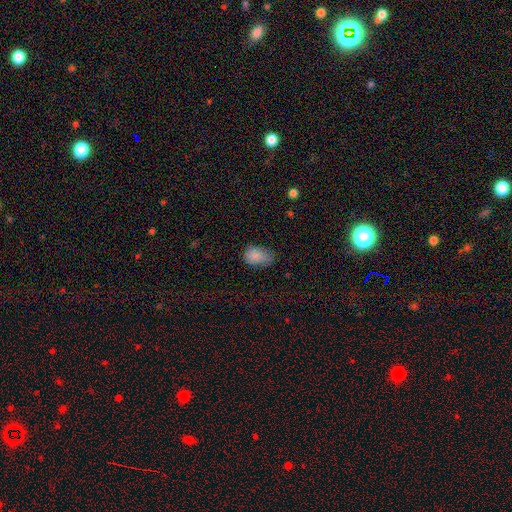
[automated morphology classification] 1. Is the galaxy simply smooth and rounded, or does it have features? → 84% smooth, 10% star or artifact, 7% featured or disk.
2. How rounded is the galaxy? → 84% in between, 15% round, 1% cigar-shaped.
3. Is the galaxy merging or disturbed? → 45% none, 40% minor disturbance, 13% major disturbance, 2% merger.